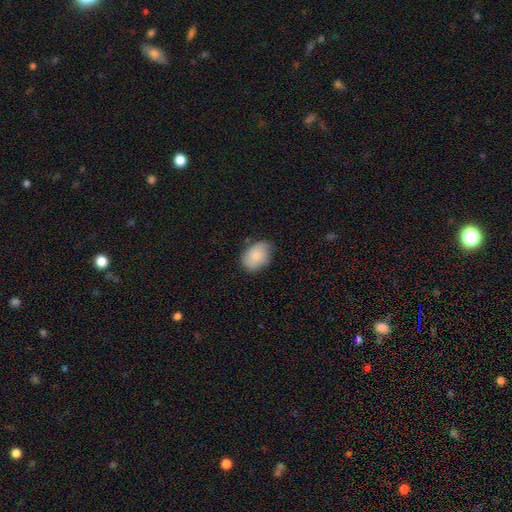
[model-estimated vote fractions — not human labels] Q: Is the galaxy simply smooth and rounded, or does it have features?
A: smooth — 83%.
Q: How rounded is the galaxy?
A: in between — 79%.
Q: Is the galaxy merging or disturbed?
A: none — 66%.